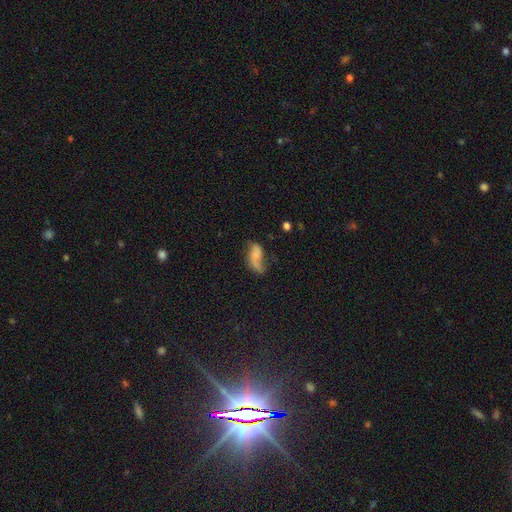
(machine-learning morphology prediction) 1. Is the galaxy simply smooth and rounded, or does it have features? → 51% smooth, 37% featured or disk, 11% star or artifact.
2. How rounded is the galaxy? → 87% in between, 8% cigar-shaped, 5% round.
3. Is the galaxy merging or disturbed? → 35% major disturbance, 31% none, 26% minor disturbance, 8% merger.